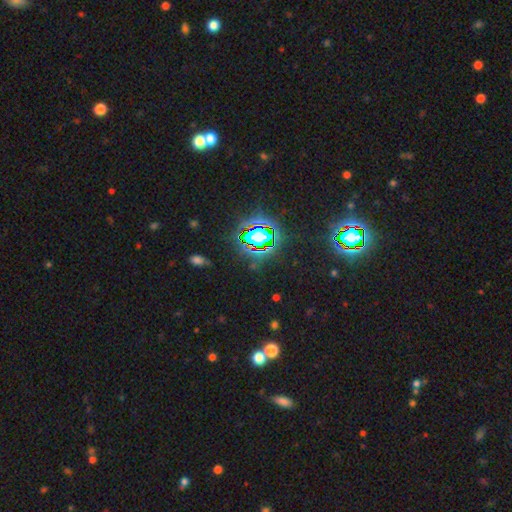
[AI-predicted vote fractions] The model was most divided on "smooth or featured": star or artifact: 81%, smooth: 11%, featured or disk: 8%.